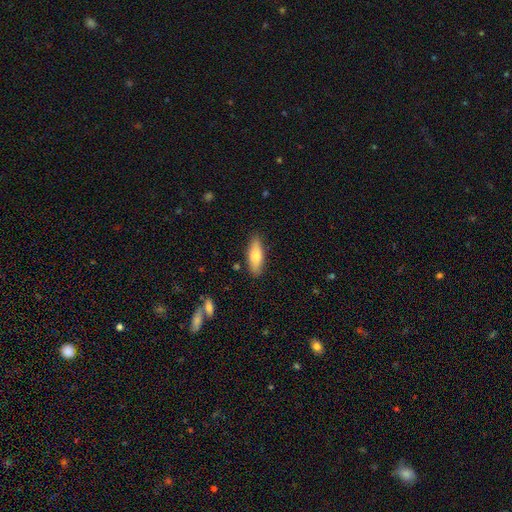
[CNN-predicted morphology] This appears to be a smooth galaxy with no disk features (71%) that is in between round and cigar-shaped (60%). Merging: none (85%).